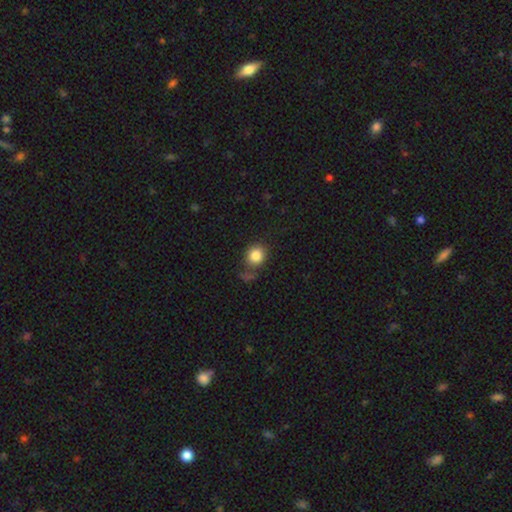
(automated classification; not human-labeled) Smooth or featured? smooth (85%)
How rounded? round (83%)
Merging? none (65%)